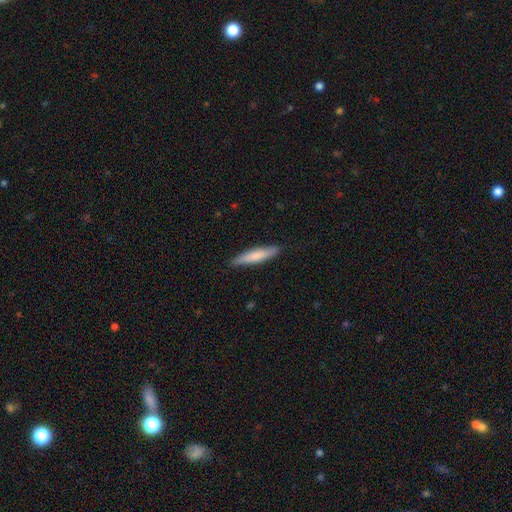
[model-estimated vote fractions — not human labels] Q: Smooth or featured?
A: smooth (74%); runner-up: featured or disk (21%)
Q: How rounded?
A: cigar-shaped (84%); runner-up: in between (14%)
Q: Merging?
A: none (87%); runner-up: minor disturbance (10%)